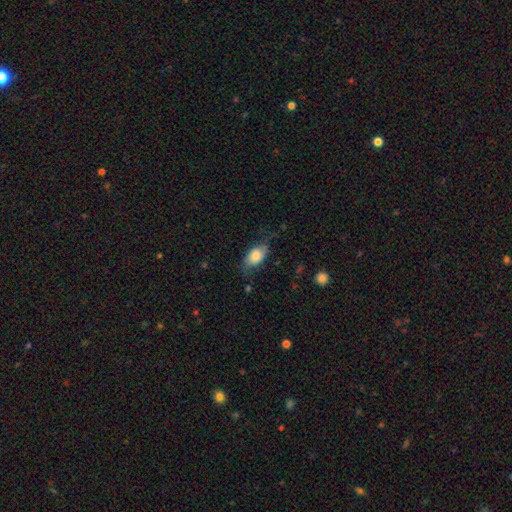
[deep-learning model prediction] This appears to be a smooth galaxy with no disk features (70%) that is in between round and cigar-shaped (88%). Merging: none (55%).